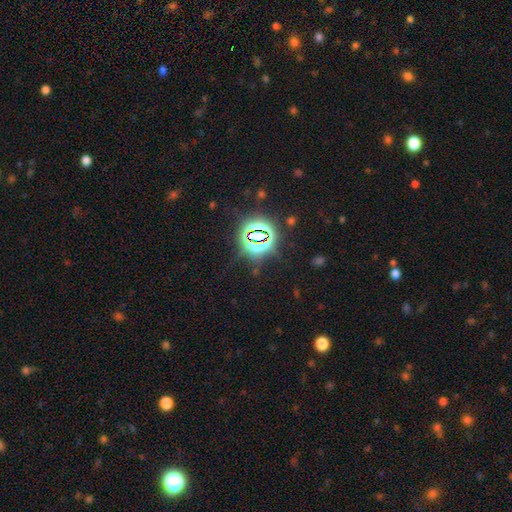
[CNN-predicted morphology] smooth_or_featured: star or artifact (p=0.81) [alt: smooth p=0.12]